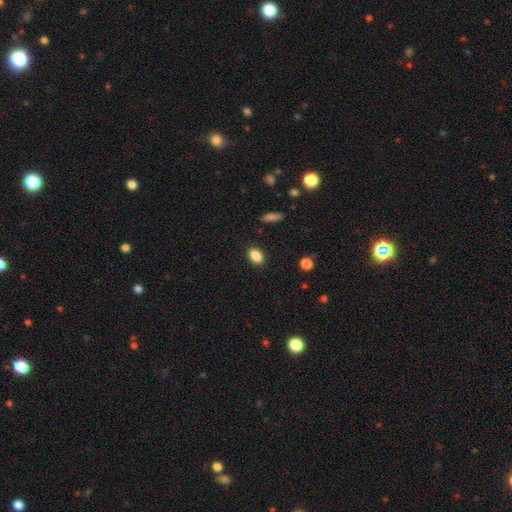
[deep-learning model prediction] A smooth galaxy with no disk features (87%) that is in between round and cigar-shaped (84%).

Vote fractions:
- Smooth or featured? smooth: 87% / star or artifact: 9% / featured or disk: 5%
- How rounded? in between: 84% / round: 13% / cigar-shaped: 2%
- Merging? none: 88% / minor disturbance: 9% / major disturbance: 2% / merger: 1%